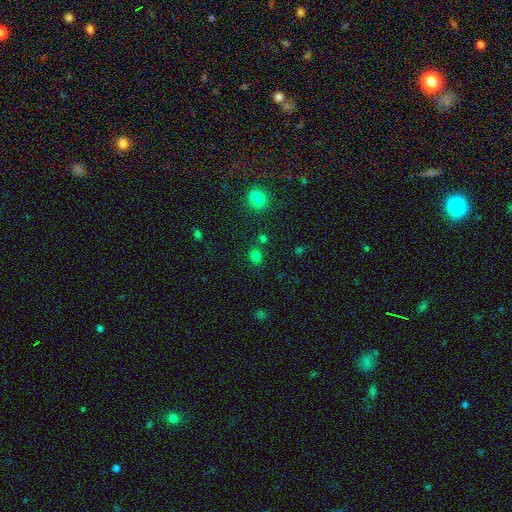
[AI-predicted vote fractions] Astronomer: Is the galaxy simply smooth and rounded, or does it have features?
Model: smooth — 77%.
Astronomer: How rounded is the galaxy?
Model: round — 72%.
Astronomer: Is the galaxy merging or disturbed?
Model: none — 80%.